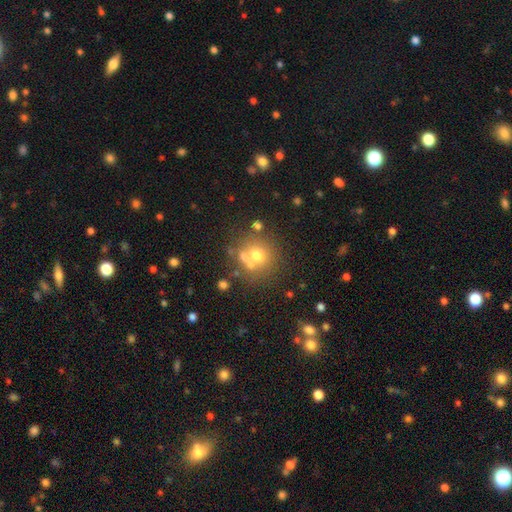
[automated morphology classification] Q: Smooth or featured?
A: smooth (61%); runner-up: featured or disk (21%)
Q: How rounded?
A: round (87%); runner-up: in between (12%)
Q: Merging?
A: none (55%); runner-up: merger (29%)